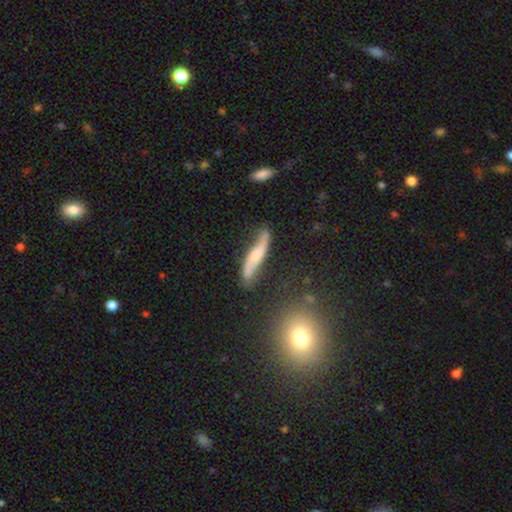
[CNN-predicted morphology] smooth_or_featured: featured or disk (p=0.66) [alt: smooth p=0.28]
disk_edge_on: no (p=0.57) [alt: yes p=0.43]
merging: none (p=0.67) [alt: minor disturbance p=0.22]